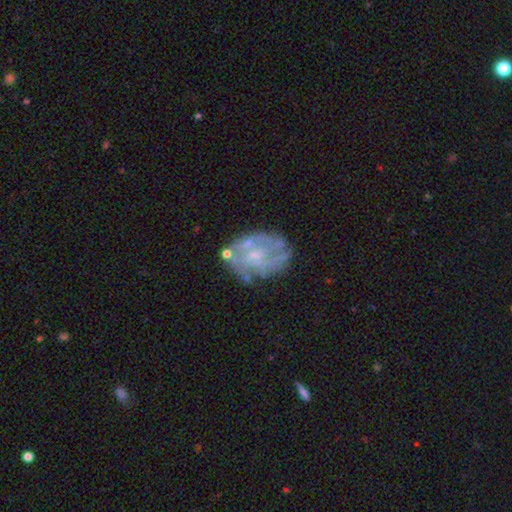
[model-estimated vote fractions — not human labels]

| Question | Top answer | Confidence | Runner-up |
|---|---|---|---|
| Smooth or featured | featured or disk | 74% | smooth (18%) |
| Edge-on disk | no | 97% | yes (3%) |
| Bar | no | 70% | weak (25%) |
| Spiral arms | yes | 64% | no (36%) |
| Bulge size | small | 60% | none (19%) |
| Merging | none | 61% | minor disturbance (21%) |